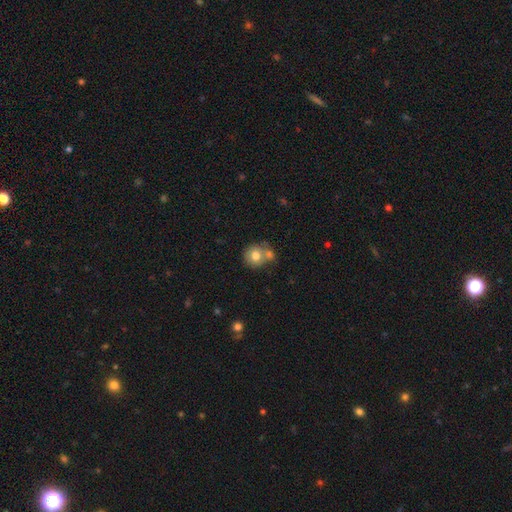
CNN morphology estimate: Smooth or featured: smooth — 75% (featured or disk — 16%)
How rounded: round — 86% (in between — 13%)
Merging: none — 48% (merger — 37%)